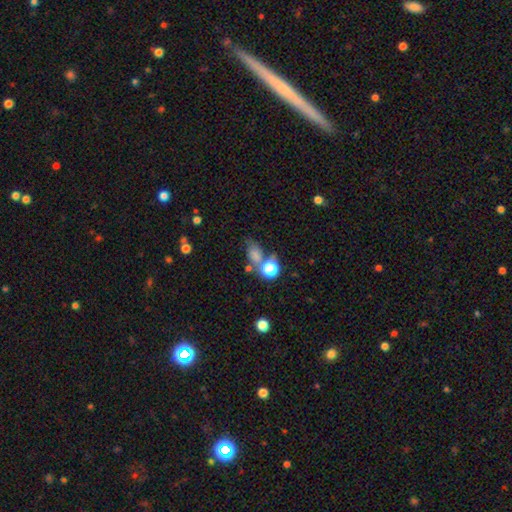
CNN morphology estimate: A smooth galaxy with no disk features (68%) that is in between round and cigar-shaped (69%). Merging: none (47%).